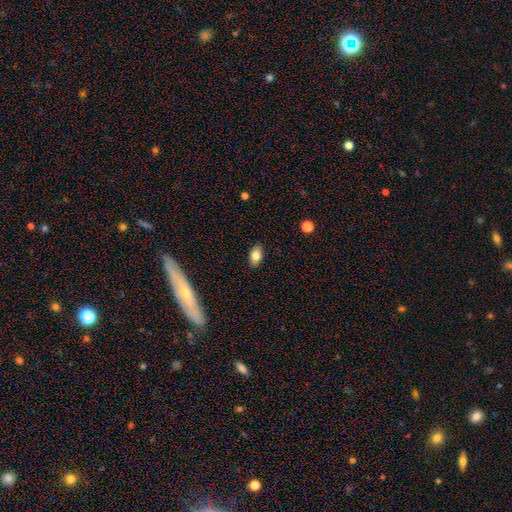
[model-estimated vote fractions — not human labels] This is clearly a smooth galaxy (80%). How rounded: clearly in between (88%). Merging: clearly none (88%).